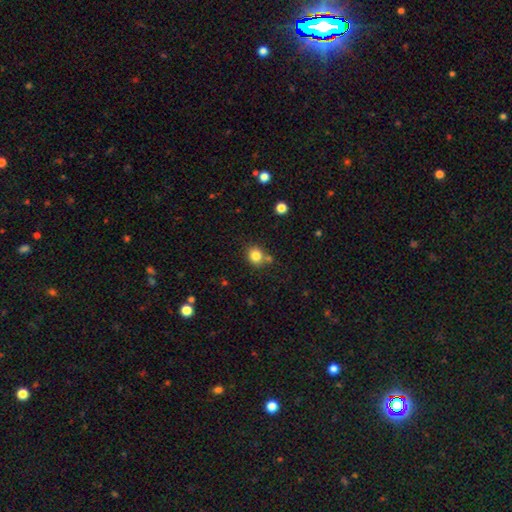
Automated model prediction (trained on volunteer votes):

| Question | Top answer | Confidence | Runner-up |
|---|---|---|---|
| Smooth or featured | smooth | 82% | star or artifact (12%) |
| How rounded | round | 77% | in between (22%) |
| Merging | none | 69% | merger (15%) |